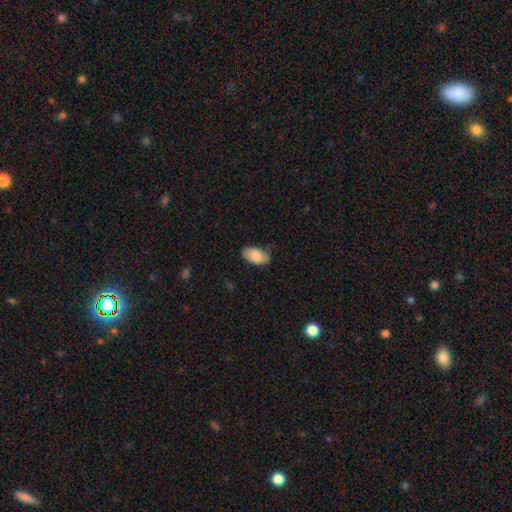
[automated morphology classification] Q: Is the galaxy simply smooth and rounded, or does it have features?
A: smooth — 82%.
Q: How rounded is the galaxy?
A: in between — 95%.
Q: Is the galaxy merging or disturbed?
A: none — 76%.